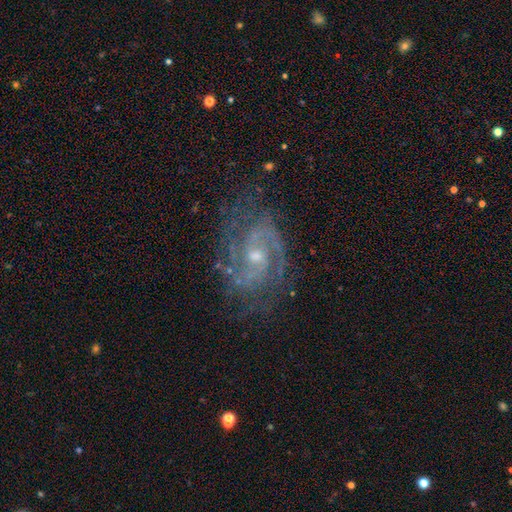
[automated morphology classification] Overall: featured or disk (90%). Edge-on disk: no (98%). Bar: no (51%; weak 40%). Spiral arms: yes (98%). Spiral arm count: 2 (78%). Spiral winding: medium (50%; tight 39%). Bulge size: small (57%; moderate 39%). Merging: none (75%).